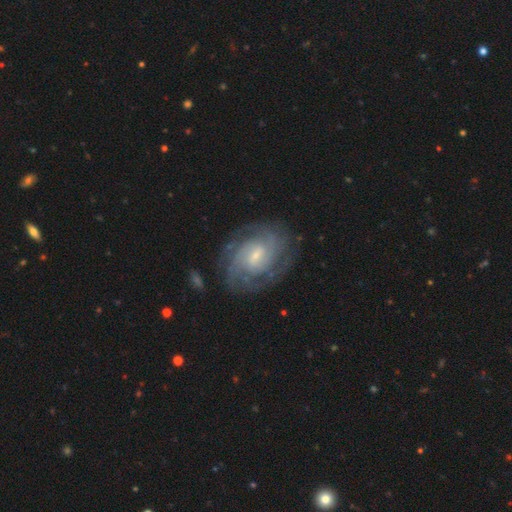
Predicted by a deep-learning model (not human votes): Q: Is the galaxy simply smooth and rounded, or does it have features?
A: featured or disk — 86%.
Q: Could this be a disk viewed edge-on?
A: no — 97%.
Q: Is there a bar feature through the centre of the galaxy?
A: weak — 52%.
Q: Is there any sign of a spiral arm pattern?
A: yes — 96%.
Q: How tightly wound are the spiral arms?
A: tight — 66%.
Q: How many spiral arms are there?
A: can't tell — 31%.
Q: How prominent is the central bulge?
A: small — 62%.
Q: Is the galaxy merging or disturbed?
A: none — 80%.